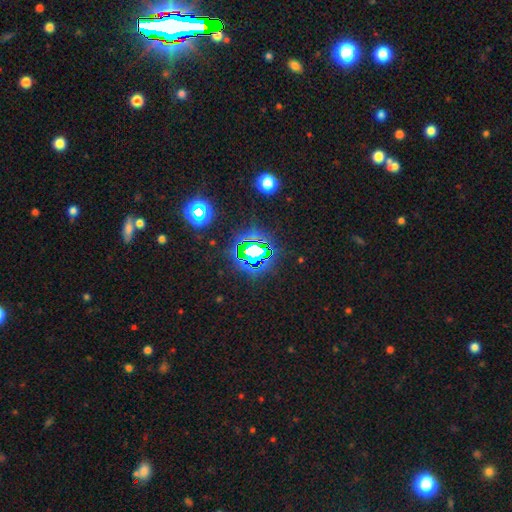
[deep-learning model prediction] A star or artifact, not a galaxy (75%).